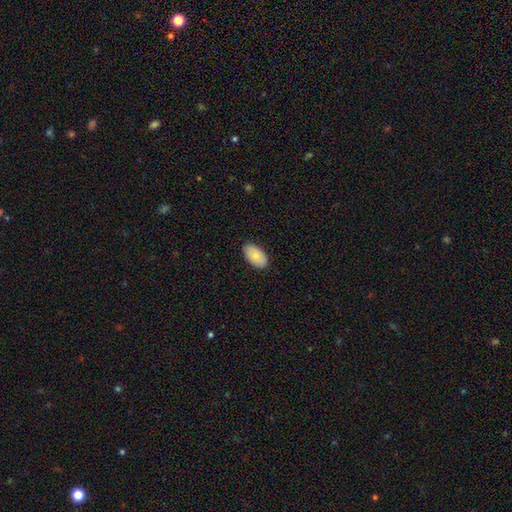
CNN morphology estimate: A smooth galaxy with no disk features (85%) that is in between round and cigar-shaped (95%).

Vote fractions:
- Smooth or featured? smooth: 85% / featured or disk: 9% / star or artifact: 6%
- How rounded? in between: 95% / round: 3% / cigar-shaped: 1%
- Merging? none: 88% / minor disturbance: 10% / major disturbance: 2% / merger: 1%